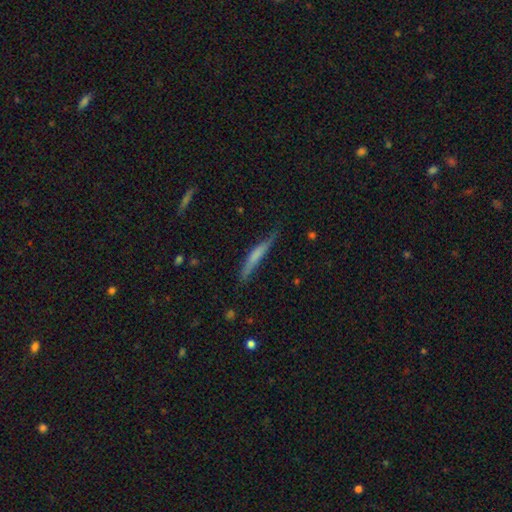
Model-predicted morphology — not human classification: Q: Smooth or featured?
A: smooth (55%); runner-up: featured or disk (38%)
Q: How rounded?
A: cigar-shaped (93%); runner-up: in between (5%)
Q: Merging?
A: none (59%); runner-up: minor disturbance (29%)